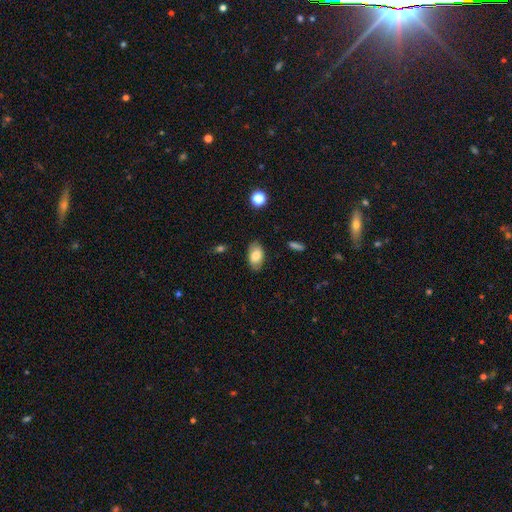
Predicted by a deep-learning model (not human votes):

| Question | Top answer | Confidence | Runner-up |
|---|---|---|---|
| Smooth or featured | smooth | 79% | featured or disk (13%) |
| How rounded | in between | 93% | round (5%) |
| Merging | none | 84% | minor disturbance (12%) |